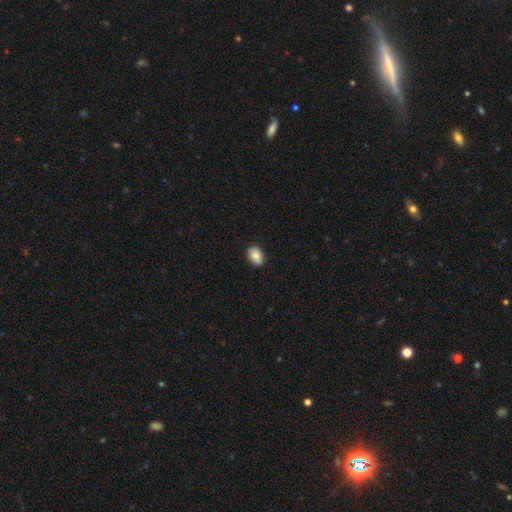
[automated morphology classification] Overall: smooth (85%). How rounded: in between (80%). Merging: none (84%).